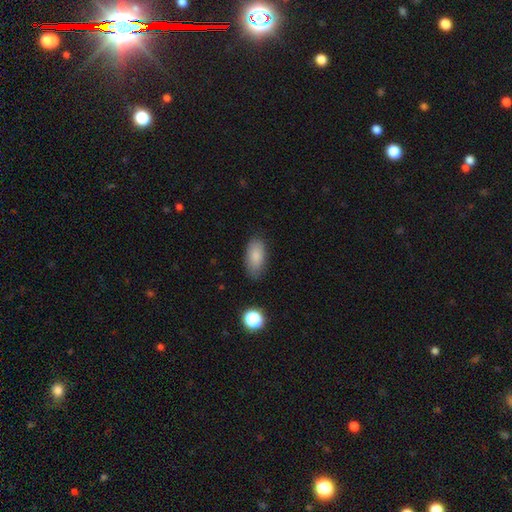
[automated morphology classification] This appears to be a smooth galaxy with no disk features (84%) that is in between round and cigar-shaped (91%). Merging: none (81%).